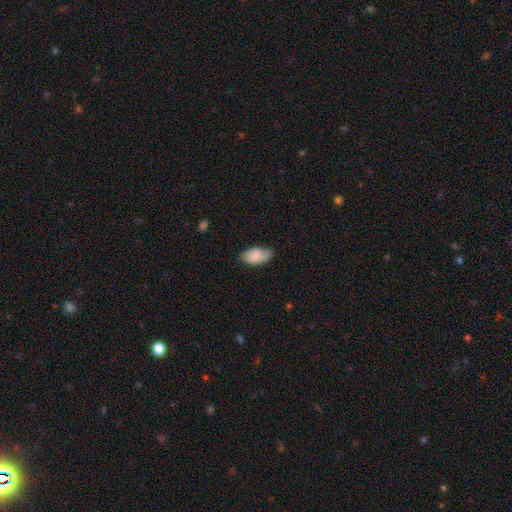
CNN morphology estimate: Smooth or featured? smooth (81%)
How rounded? in between (94%)
Merging? none (63%)